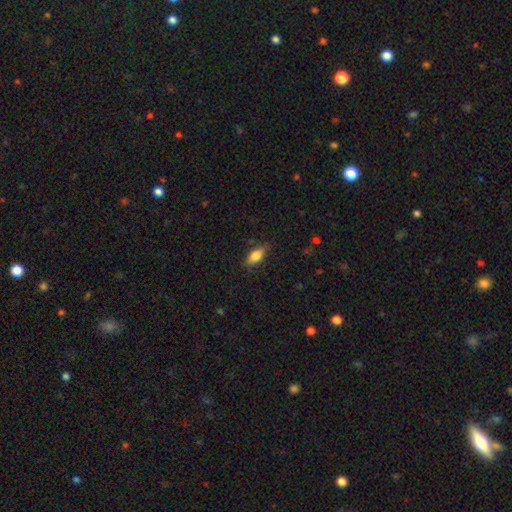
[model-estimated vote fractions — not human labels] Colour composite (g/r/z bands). It shows a smooth galaxy with no disk features (80%) that is in between round and cigar-shaped (83%). Merging: none (80%).